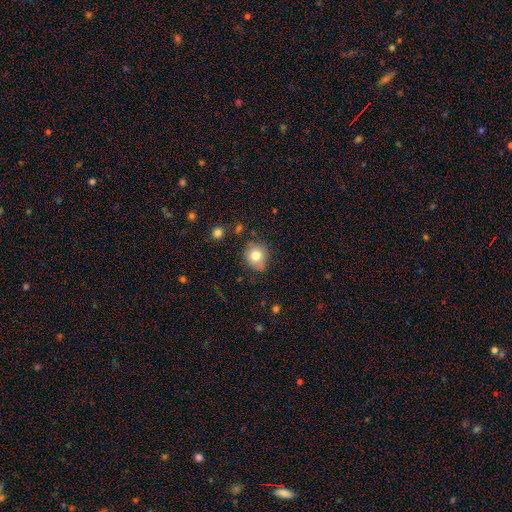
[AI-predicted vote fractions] Morphology: type=smooth (78%); roundness=round (76%); merging=none (78%).